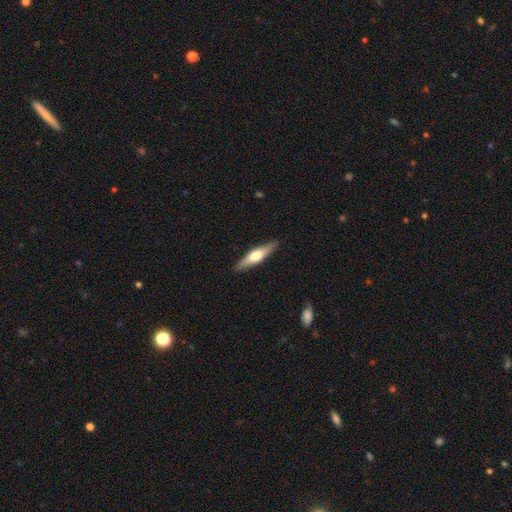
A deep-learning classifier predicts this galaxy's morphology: Q: Smooth or featured?
A: featured or disk (53%); runner-up: smooth (42%)
Q: Edge-on disk?
A: yes (94%); runner-up: no (6%)
Q: Merging?
A: none (90%); runner-up: minor disturbance (8%)